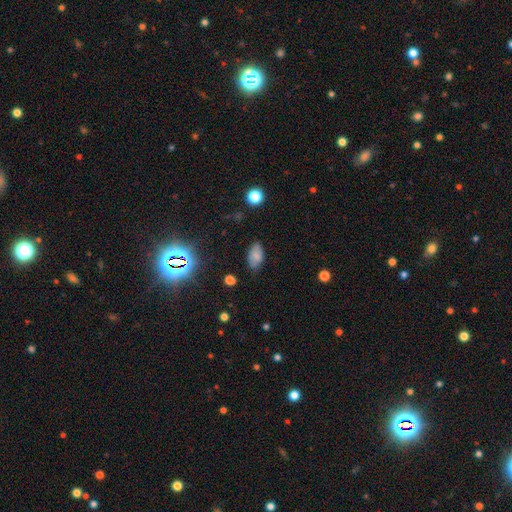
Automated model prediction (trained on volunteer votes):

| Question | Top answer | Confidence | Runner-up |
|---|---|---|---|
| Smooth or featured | smooth | 76% | star or artifact (13%) |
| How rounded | in between | 93% | round (5%) |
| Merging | none | 75% | minor disturbance (19%) |